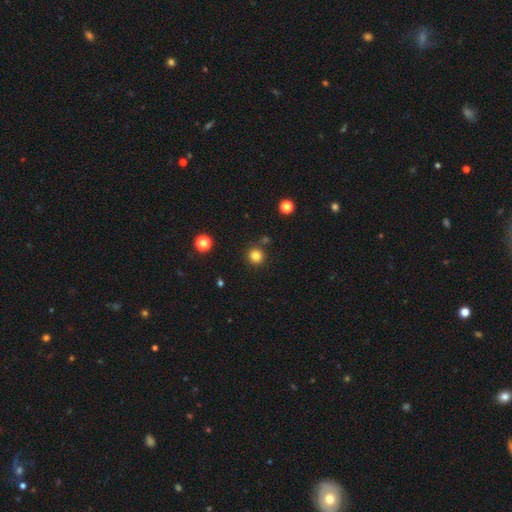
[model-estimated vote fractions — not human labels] Morphology: type=smooth (83%); roundness=round (94%); merging=none (85%).